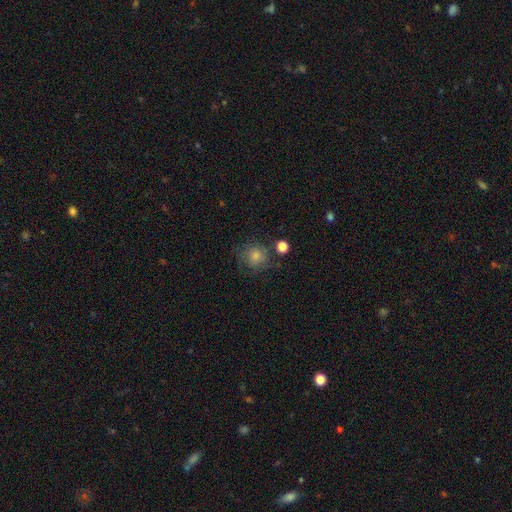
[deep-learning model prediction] Smooth or featured: smooth — 62% (featured or disk — 19%)
How rounded: round — 88% (in between — 11%)
Merging: none — 70% (minor disturbance — 16%)